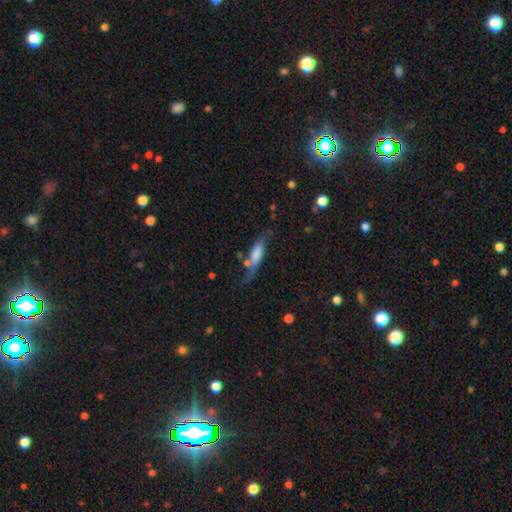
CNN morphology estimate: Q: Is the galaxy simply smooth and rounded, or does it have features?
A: smooth — 53%.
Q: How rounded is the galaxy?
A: in between — 48%, tied with cigar-shaped.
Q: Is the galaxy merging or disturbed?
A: none — 41%.